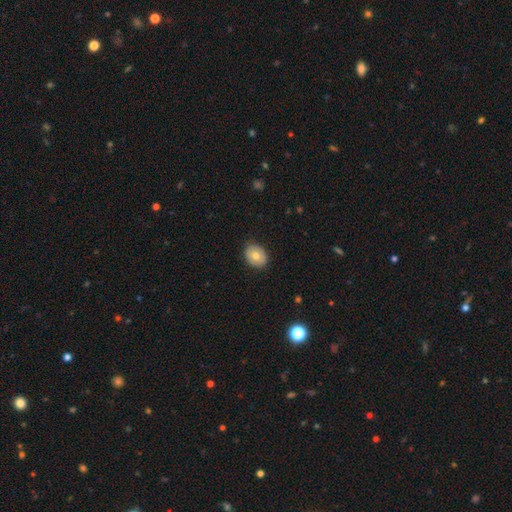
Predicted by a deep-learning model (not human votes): smooth_or_featured: smooth (p=0.72) [alt: featured or disk p=0.21]
how_rounded: in between (p=0.58) [alt: round p=0.41]
merging: none (p=0.86) [alt: minor disturbance p=0.11]